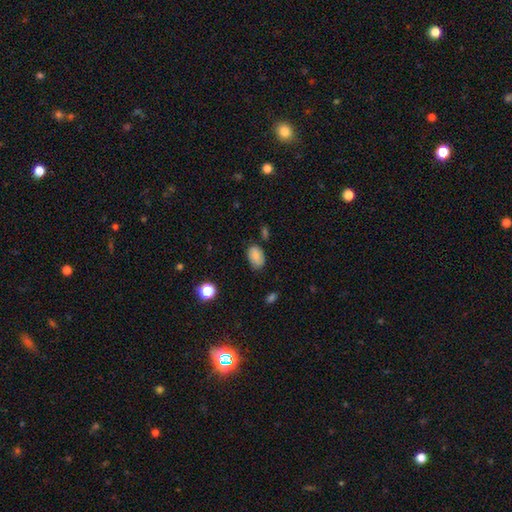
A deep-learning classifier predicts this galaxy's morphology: Smooth or featured? Predicted: smooth (p=0.83). How rounded? Predicted: in between (p=0.89). Merging? Predicted: none (p=0.76).